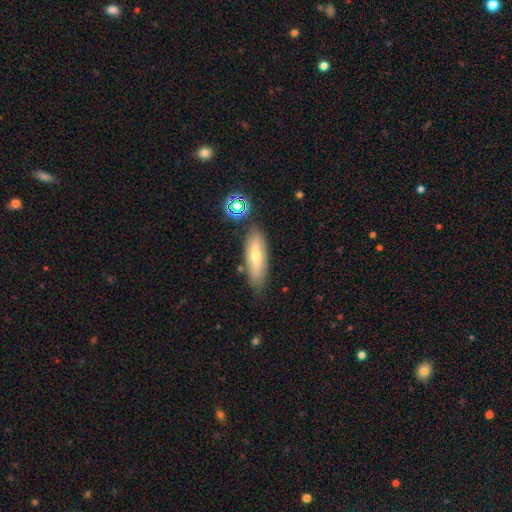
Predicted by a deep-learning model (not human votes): smooth_or_featured: smooth (p=0.50) [alt: featured or disk p=0.41]
merging: none (p=0.79) [alt: minor disturbance p=0.14]